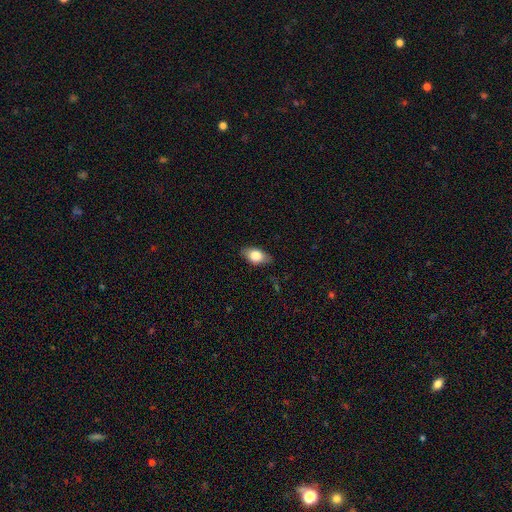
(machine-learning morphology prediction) Overall: smooth (76%). How rounded: in between (88%). Merging: none (83%).